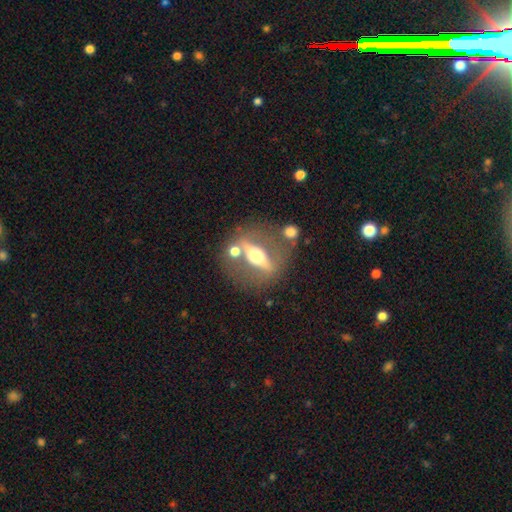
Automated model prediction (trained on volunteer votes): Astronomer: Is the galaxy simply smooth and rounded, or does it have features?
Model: featured or disk — 73%.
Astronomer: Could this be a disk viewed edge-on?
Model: yes — 61% (runner-up: no, 39%).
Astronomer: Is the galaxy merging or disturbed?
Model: none — 65%.